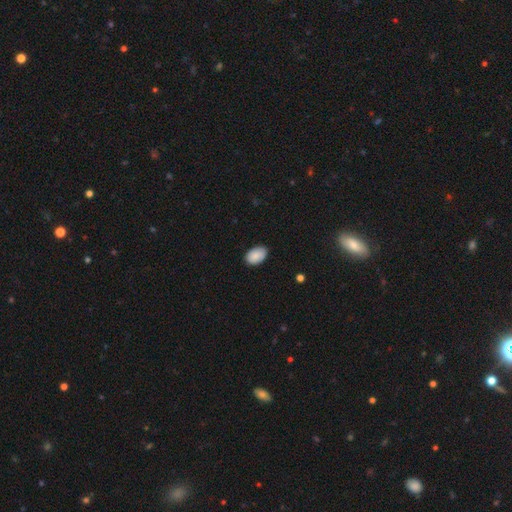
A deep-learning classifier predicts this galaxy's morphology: This appears to be a smooth galaxy with no disk features (89%) that is in between round and cigar-shaped (90%). Merging: none (84%).